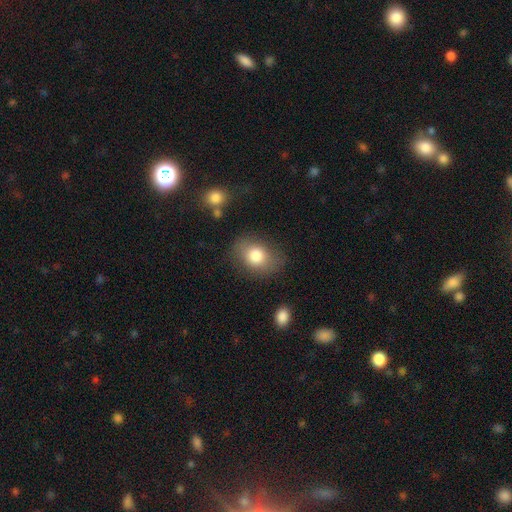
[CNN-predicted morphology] Smooth or featured?
  - smooth: 79% *
  - featured or disk: 13%
  - star or artifact: 8%
How rounded?
  - in between: 69% *
  - round: 30%
  - cigar-shaped: 1%
Merging?
  - none: 76% *
  - minor disturbance: 16%
  - major disturbance: 6%
  - merger: 2%